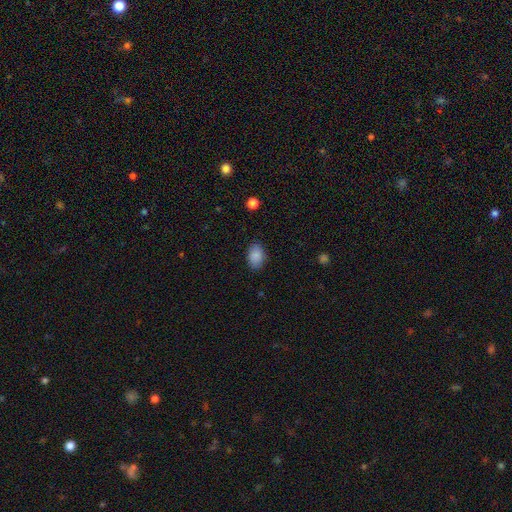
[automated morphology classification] The model was most divided on "how rounded": in between: 84%, round: 15%, cigar-shaped: 1%. More confident: smooth or featured — smooth (88%); merging — none (83%).